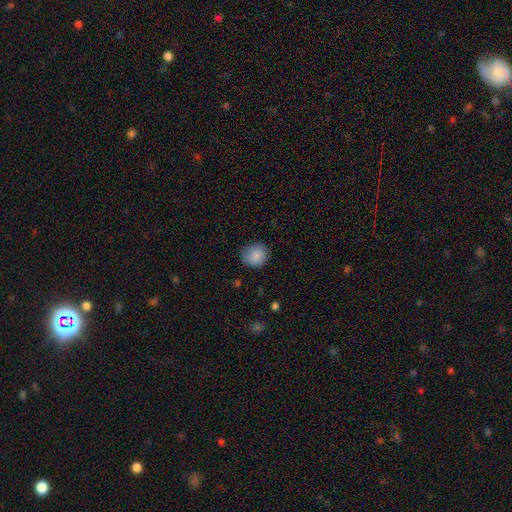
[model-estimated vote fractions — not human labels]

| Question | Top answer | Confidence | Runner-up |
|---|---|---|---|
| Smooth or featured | smooth | 86% | star or artifact (8%) |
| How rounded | round | 83% | in between (16%) |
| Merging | none | 70% | minor disturbance (24%) |